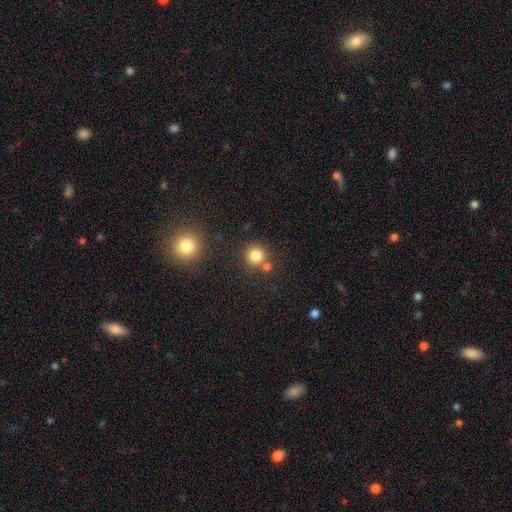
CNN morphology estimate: Q: Smooth or featured?
A: smooth (82%); runner-up: star or artifact (12%)
Q: How rounded?
A: round (92%); runner-up: in between (7%)
Q: Merging?
A: none (74%); runner-up: merger (15%)